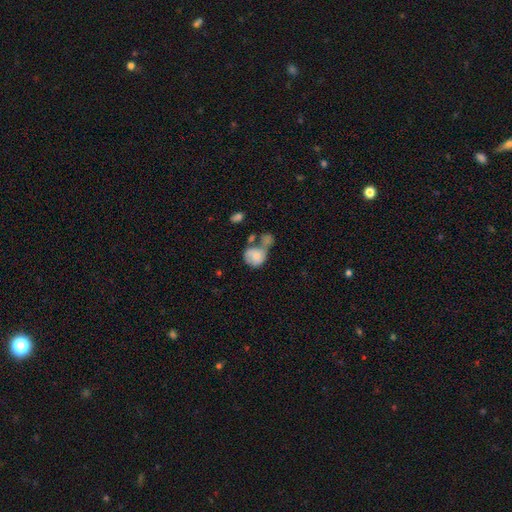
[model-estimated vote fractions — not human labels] Smooth or featured: smooth — 68% (featured or disk — 24%)
How rounded: round — 61% (in between — 38%)
Merging: merger — 46% (none — 21%)